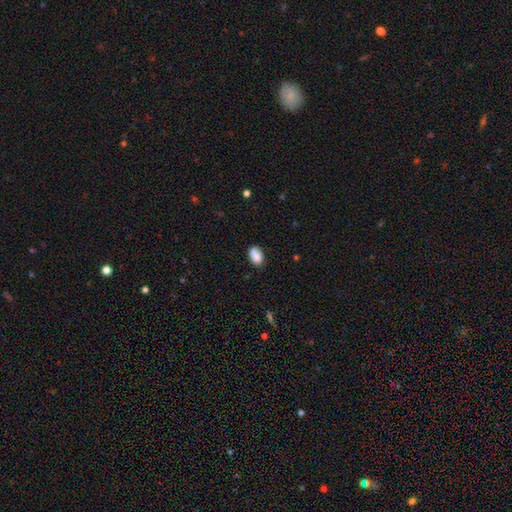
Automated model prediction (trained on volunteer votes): A smooth galaxy with no disk features (85%) that is in between round and cigar-shaped (89%).

Vote fractions:
- Smooth or featured? smooth: 85% / star or artifact: 8% / featured or disk: 7%
- How rounded? in between: 89% / round: 9% / cigar-shaped: 2%
- Merging? none: 71% / minor disturbance: 19% / merger: 5% / major disturbance: 4%